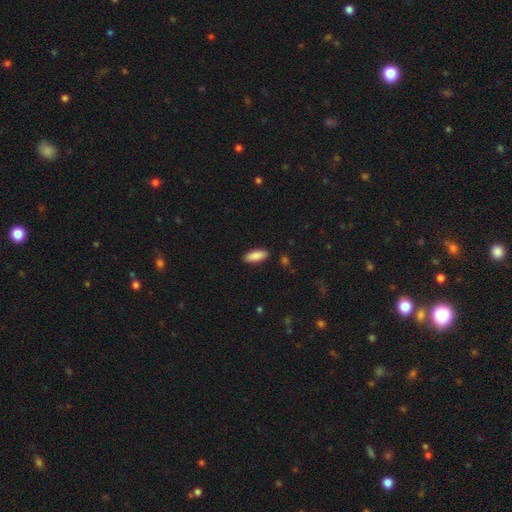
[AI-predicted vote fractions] A smooth galaxy with no disk features (89%) that is in between round and cigar-shaped (78%). Merging: none (89%).